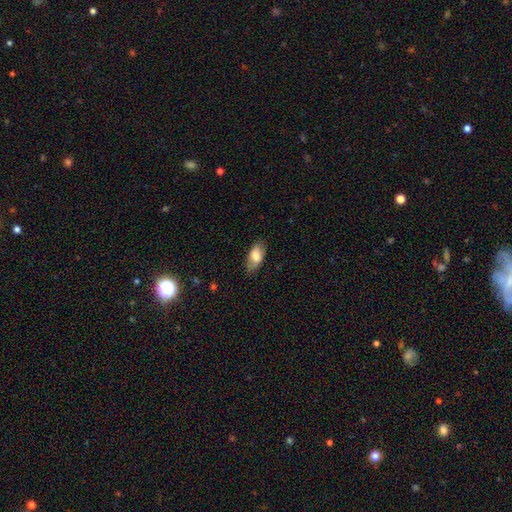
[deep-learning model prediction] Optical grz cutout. It shows a smooth galaxy with no disk features (75%) that is in between round and cigar-shaped (89%). Merging: none (74%).